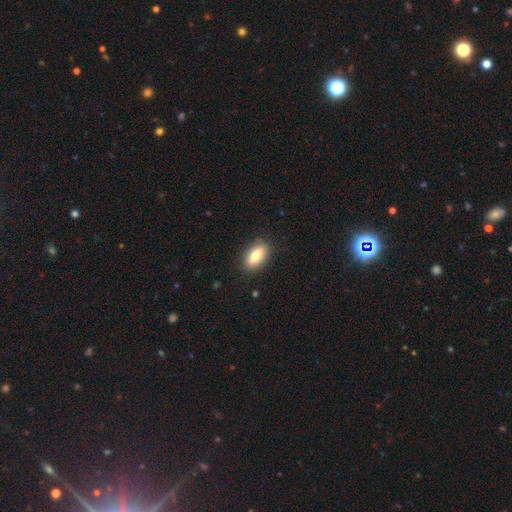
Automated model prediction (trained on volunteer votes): Smooth or featured? Predicted: smooth (p=0.78). How rounded? Predicted: in between (p=0.85). Merging? Predicted: none (p=0.87).